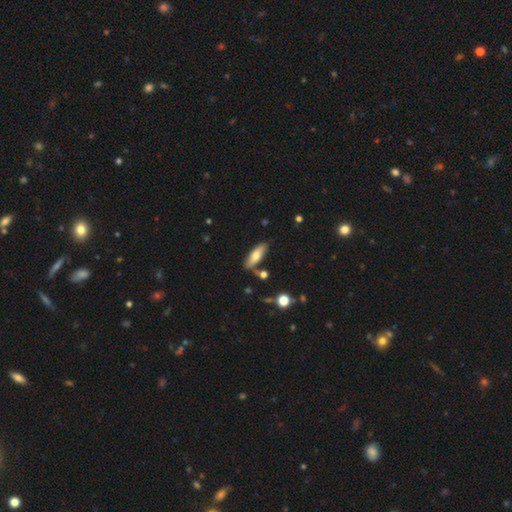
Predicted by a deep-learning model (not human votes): This is likely a smooth galaxy (68%). How rounded: possibly in between (54%). Merging: likely none (76%).